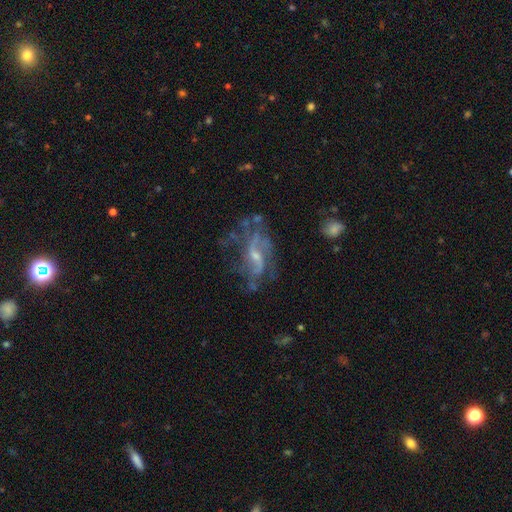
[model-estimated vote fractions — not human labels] A featured or disk galaxy (79%) with a weak bar (48%), 2 (55%) loose (53%) spiral arms (81%) and a small central bulge (56%). Merging: none (51%).